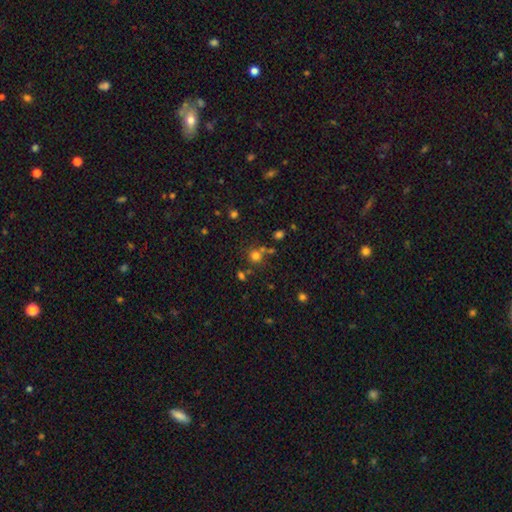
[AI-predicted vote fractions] Overall: smooth (72%). How rounded: round (90%). Merging: none (66%).